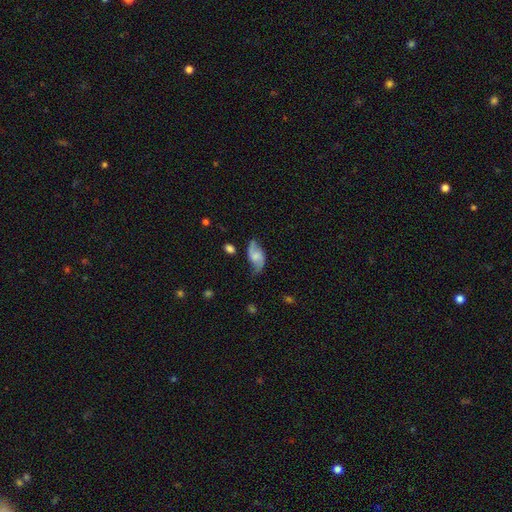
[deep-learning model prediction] Smooth or featured? Predicted: featured or disk (p=0.60). Edge-on disk? Predicted: no (p=0.95). Bar? Predicted: no (p=0.55). Spiral arms? Predicted: yes (p=0.90). Spiral winding? Predicted: loose (p=0.63). Spiral arm count? Predicted: 2 (p=0.89). Bulge size? Predicted: small (p=0.33). Merging? Predicted: none (p=0.61).